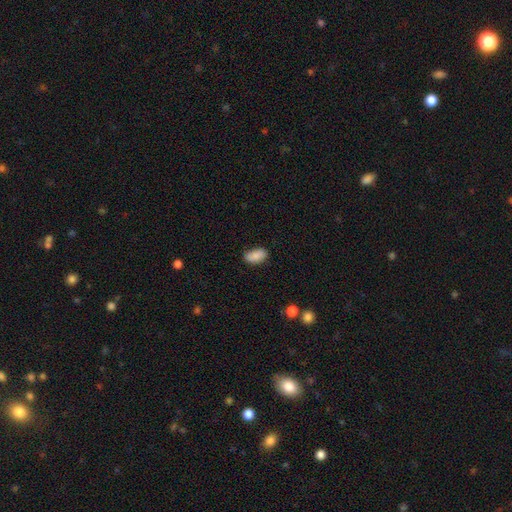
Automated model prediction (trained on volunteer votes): Overall: smooth (87%). How rounded: in between (93%). Merging: none (78%).